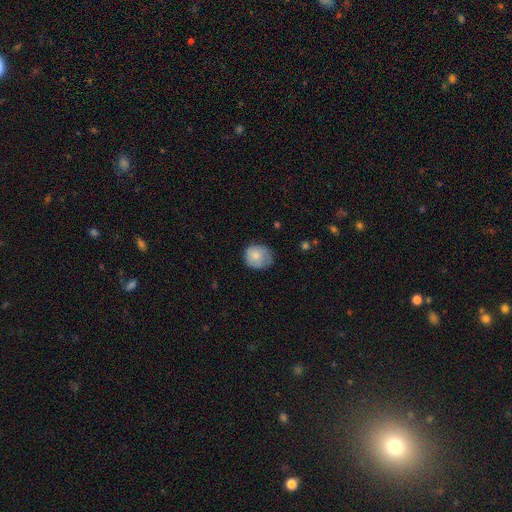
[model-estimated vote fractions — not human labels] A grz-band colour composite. It shows a smooth galaxy with no disk features (78%) that is round (79%). Merging: none (64%).